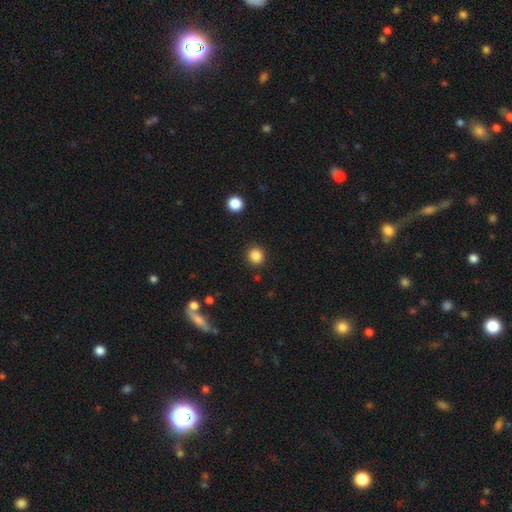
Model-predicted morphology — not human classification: type=smooth (86%); roundness=round (90%); merging=none (90%).